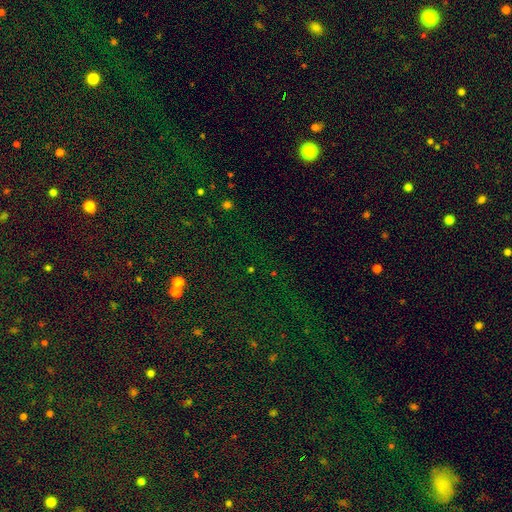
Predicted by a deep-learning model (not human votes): Morphology: type=star or artifact (72%).